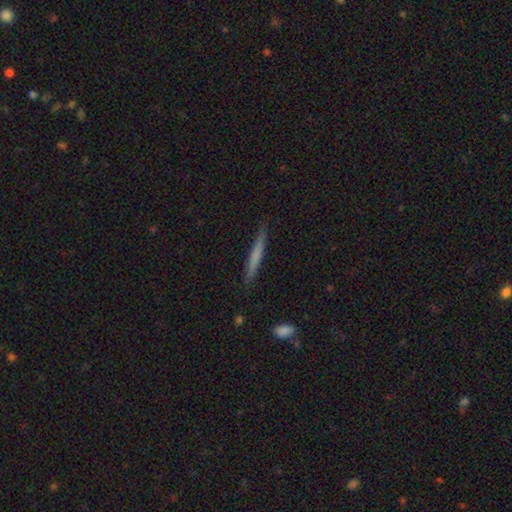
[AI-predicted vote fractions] Smooth or featured: smooth — 63% (featured or disk — 31%)
How rounded: cigar-shaped — 96% (in between — 2%)
Merging: none — 89% (minor disturbance — 8%)